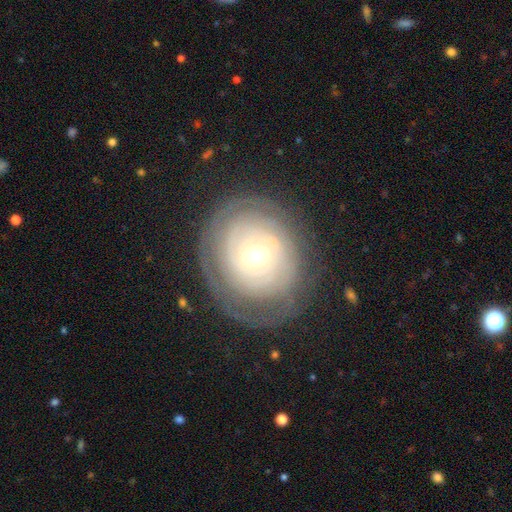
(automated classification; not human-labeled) A featured or disk galaxy (76%) with no bar (62%), tight (84%) spiral arms (80%) and a moderate central bulge (65%). Merging: none (77%).